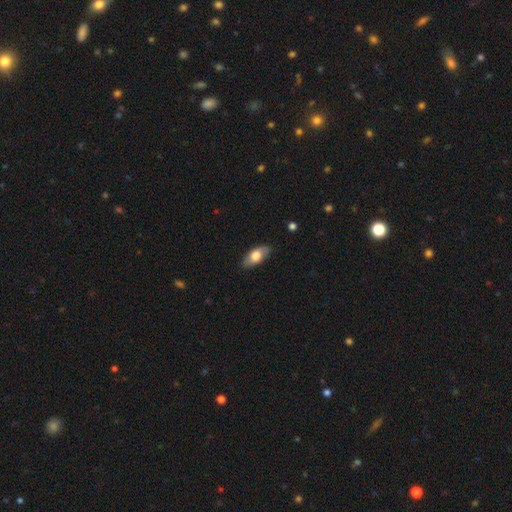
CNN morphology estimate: A smooth galaxy with no disk features (69%) that is in between round and cigar-shaped (87%). Merging: none (85%).